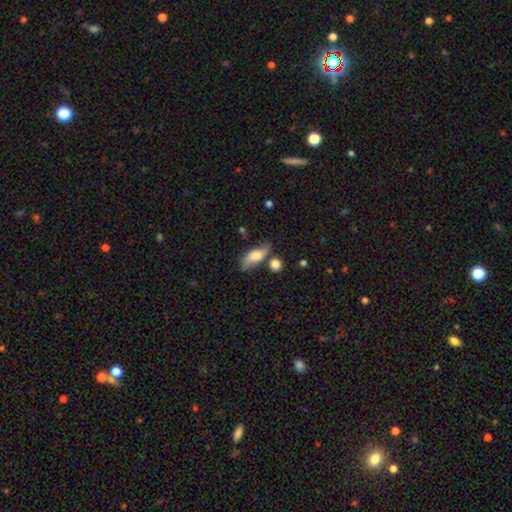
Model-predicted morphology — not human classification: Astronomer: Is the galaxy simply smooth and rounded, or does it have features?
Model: smooth — 55% (runner-up: featured or disk, 37%).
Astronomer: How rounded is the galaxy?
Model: in between — 74%.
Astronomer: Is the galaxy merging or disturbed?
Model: none — 56%.